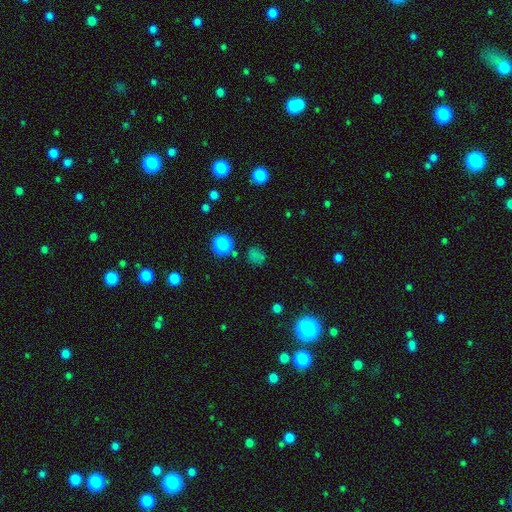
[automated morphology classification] This is likely a smooth galaxy (63%). How rounded: likely round (75%). Merging: likely none (76%).